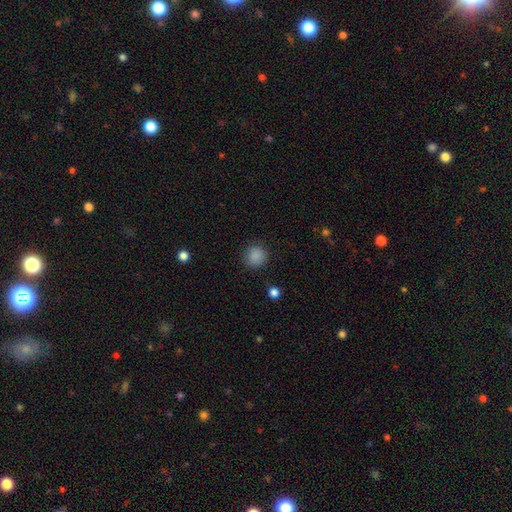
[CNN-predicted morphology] This appears to be a smooth galaxy with no disk features (87%) that is round (91%). Merging: none (87%).